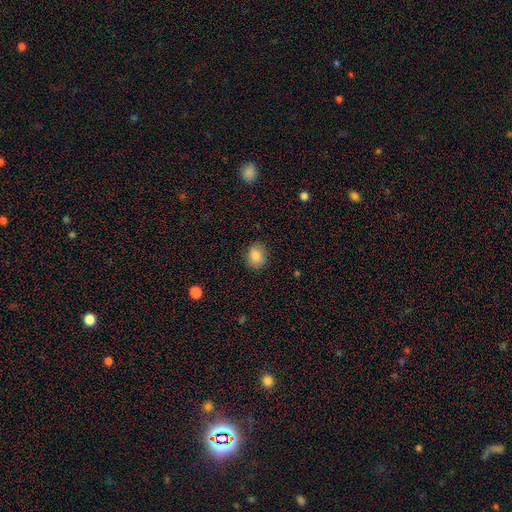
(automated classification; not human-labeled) smooth 85%, star or artifact 9%, featured or disk 6%. Down the decision tree: how rounded — round (59%); merging — none (87%).